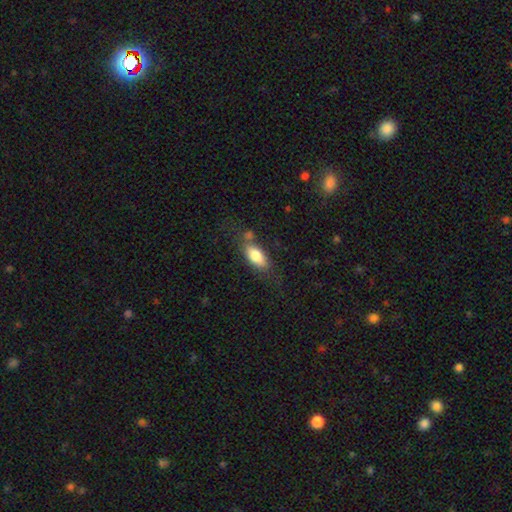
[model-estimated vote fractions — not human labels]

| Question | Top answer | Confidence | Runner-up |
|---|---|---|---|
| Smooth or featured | smooth | 79% | featured or disk (14%) |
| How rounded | in between | 84% | cigar-shaped (13%) |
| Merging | none | 66% | minor disturbance (18%) |